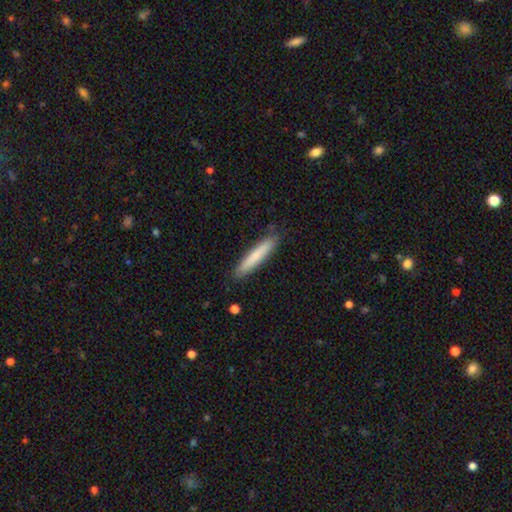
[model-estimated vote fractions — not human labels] Smooth or featured? smooth (77%)
How rounded? cigar-shaped (94%)
Merging? none (88%)